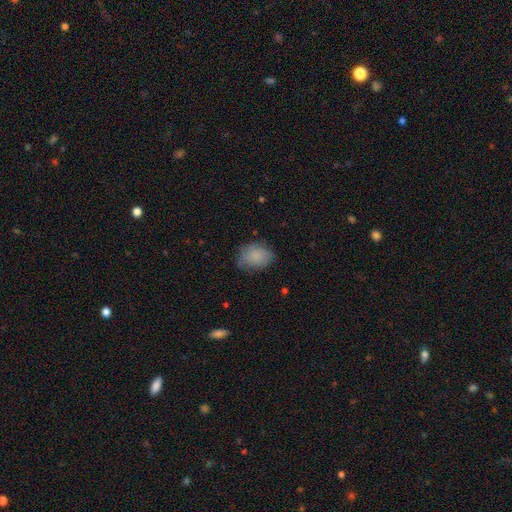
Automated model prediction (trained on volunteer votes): A smooth galaxy with no disk features (83%) that is in between round and cigar-shaped (65%).

Vote fractions:
- Smooth or featured? smooth: 83% / featured or disk: 9% / star or artifact: 8%
- How rounded? in between: 65% / round: 34% / cigar-shaped: 1%
- Merging? none: 65% / minor disturbance: 27% / major disturbance: 7% / merger: 2%